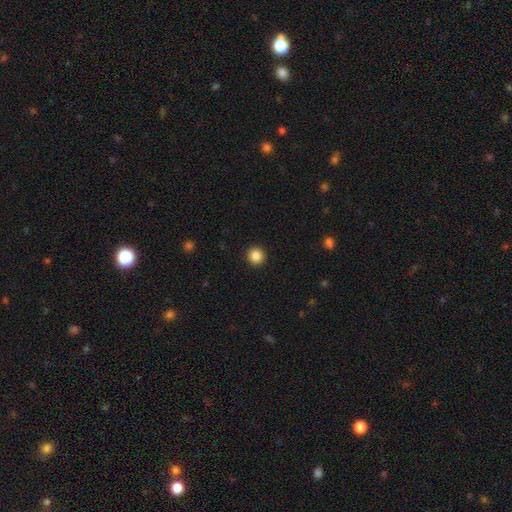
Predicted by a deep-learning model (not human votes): This is clearly a smooth galaxy (86%). How rounded: clearly round (94%). Merging: clearly none (93%).